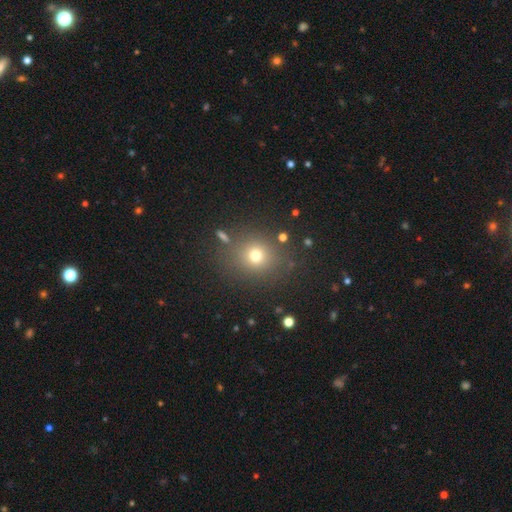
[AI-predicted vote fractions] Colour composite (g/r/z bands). It shows a smooth galaxy with no disk features (72%) that is round (84%). Merging: none (82%).